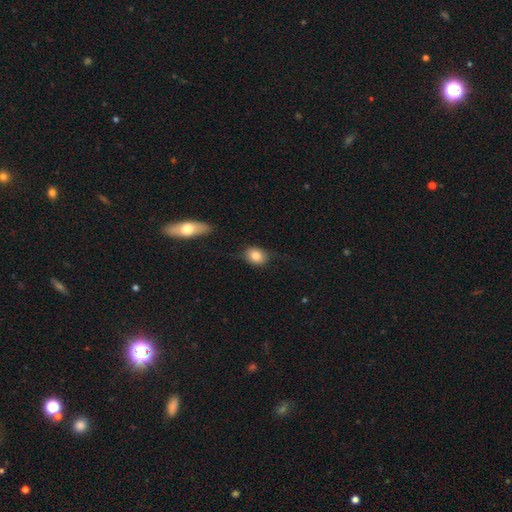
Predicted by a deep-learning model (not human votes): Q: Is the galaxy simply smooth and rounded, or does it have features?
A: smooth — 80%.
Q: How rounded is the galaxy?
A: in between — 55%.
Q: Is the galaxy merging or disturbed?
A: none — 64%.